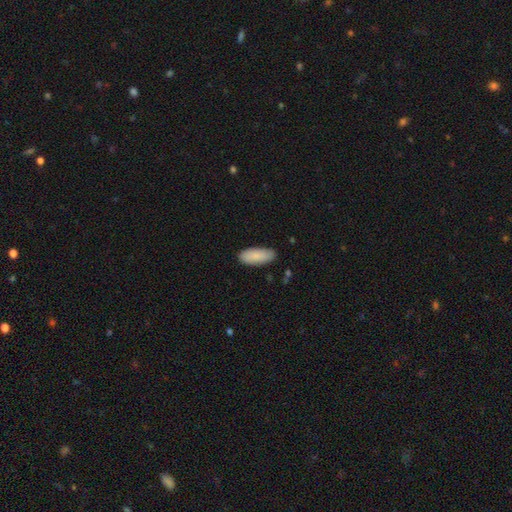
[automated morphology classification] A smooth galaxy with no disk features (86%) that is in between round and cigar-shaped (83%). Merging: none (85%).